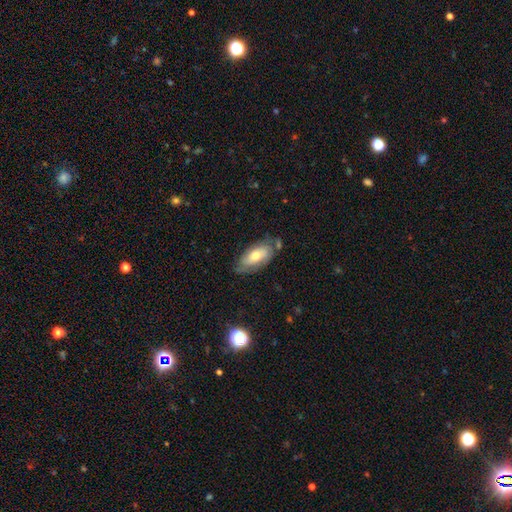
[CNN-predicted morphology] A smooth galaxy with no disk features (54%) that is in between round and cigar-shaped (87%).

Vote fractions:
- Smooth or featured? smooth: 54% / featured or disk: 39% / star or artifact: 7%
- How rounded? in between: 87% / cigar-shaped: 10% / round: 3%
- Merging? none: 64% / minor disturbance: 24% / major disturbance: 7% / merger: 5%